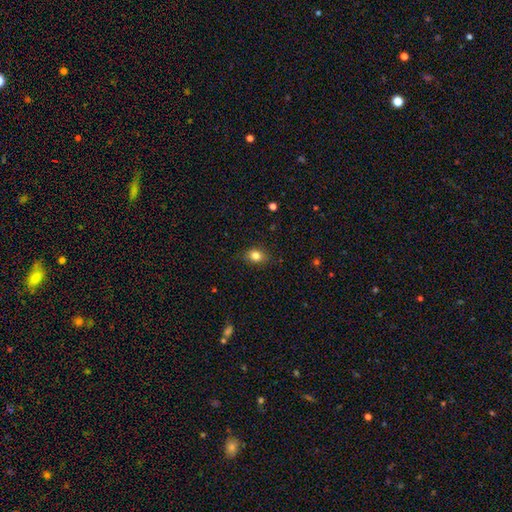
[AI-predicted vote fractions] Smooth or featured? Predicted: smooth (p=0.83). How rounded? Predicted: in between (p=0.53). Merging? Predicted: none (p=0.83).